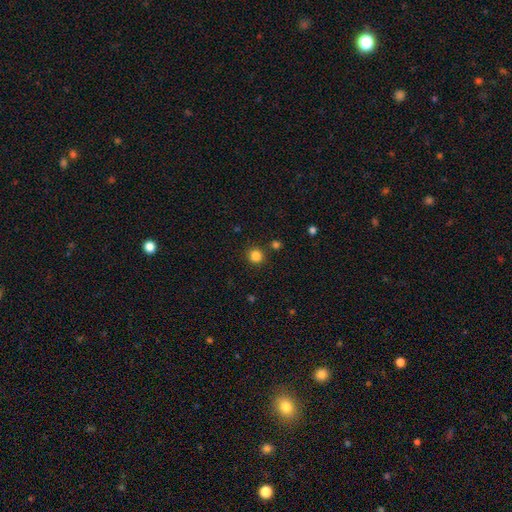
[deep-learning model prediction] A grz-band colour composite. It shows a smooth galaxy with no disk features (83%) that is round (92%). Merging: none (85%).